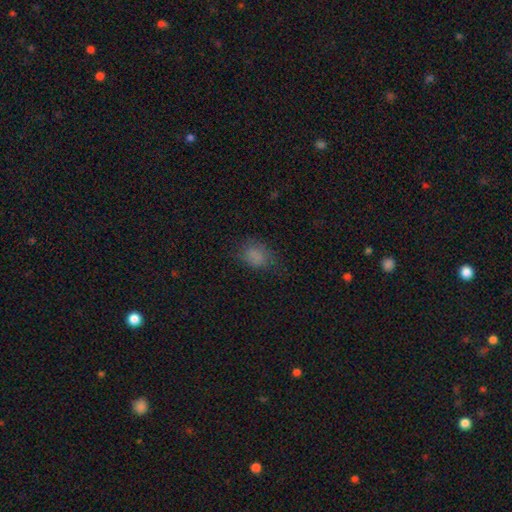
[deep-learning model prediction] A smooth galaxy with no disk features (78%) that is in between round and cigar-shaped (73%). Merging: none (62%).